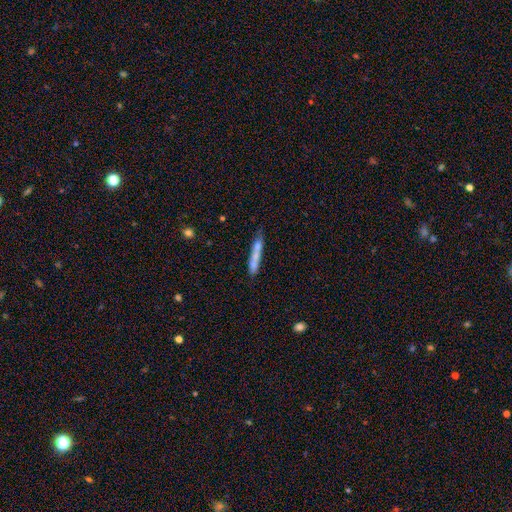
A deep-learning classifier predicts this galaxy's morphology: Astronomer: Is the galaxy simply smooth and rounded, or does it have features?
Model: smooth — 58%.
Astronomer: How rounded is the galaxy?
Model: cigar-shaped — 90%.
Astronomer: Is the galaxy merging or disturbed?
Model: none — 52%.